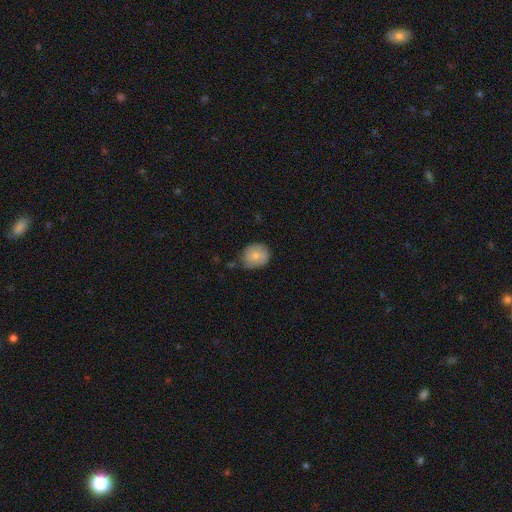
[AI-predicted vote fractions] A smooth galaxy with no disk features (76%) that is round (72%).

Vote fractions:
- Smooth or featured? smooth: 76% / featured or disk: 17% / star or artifact: 7%
- How rounded? round: 72% / in between: 27% / cigar-shaped: 1%
- Merging? none: 65% / minor disturbance: 27% / major disturbance: 5% / merger: 3%